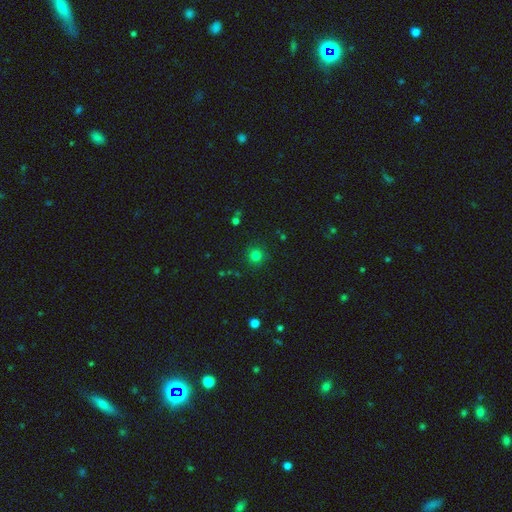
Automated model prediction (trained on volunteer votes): A smooth galaxy with no disk features (78%) that is round (93%).

Vote fractions:
- Smooth or featured? smooth: 78% / star or artifact: 17% / featured or disk: 5%
- How rounded? round: 93% / in between: 6% / cigar-shaped: 1%
- Merging? none: 89% / minor disturbance: 7% / major disturbance: 2% / merger: 2%